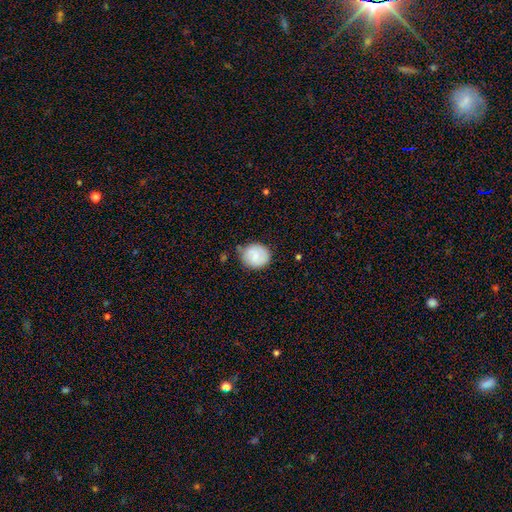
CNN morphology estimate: A smooth galaxy with no disk features (80%) that is round (78%).

Vote fractions:
- Smooth or featured? smooth: 80% / featured or disk: 13% / star or artifact: 7%
- How rounded? round: 78% / in between: 21% / cigar-shaped: 1%
- Merging? none: 70% / minor disturbance: 22% / major disturbance: 4% / merger: 3%